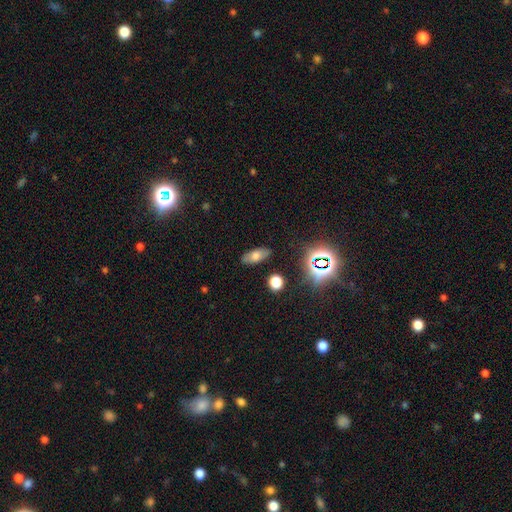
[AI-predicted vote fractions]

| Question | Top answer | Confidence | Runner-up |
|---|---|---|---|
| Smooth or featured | smooth | 65% | featured or disk (19%) |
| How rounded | in between | 83% | cigar-shaped (11%) |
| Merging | none | 84% | minor disturbance (11%) |